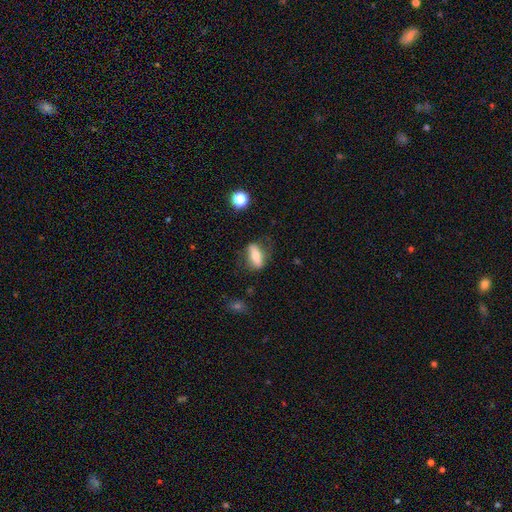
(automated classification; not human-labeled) A smooth galaxy with no disk features (58%) that is in between round and cigar-shaped (63%).

Vote fractions:
- Smooth or featured? smooth: 58% / featured or disk: 34% / star or artifact: 8%
- How rounded? in between: 63% / cigar-shaped: 30% / round: 7%
- Merging? none: 71% / minor disturbance: 19% / major disturbance: 9% / merger: 2%